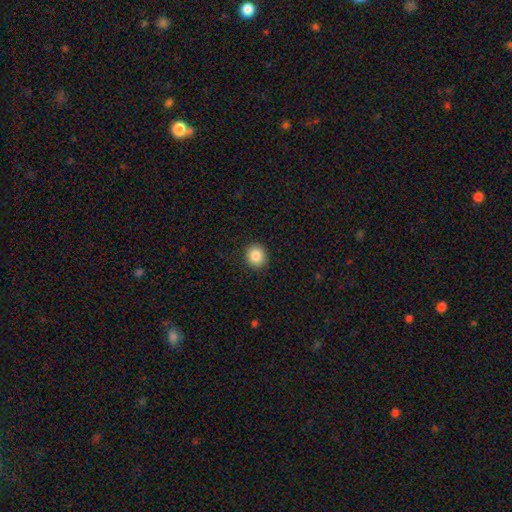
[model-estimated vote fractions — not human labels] Overall: smooth (86%). How rounded: round (83%). Merging: none (91%).